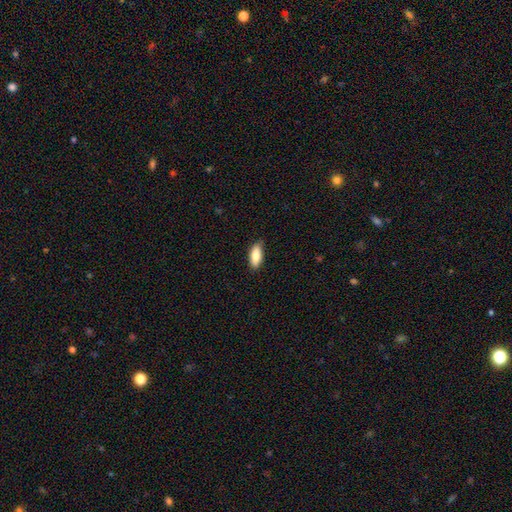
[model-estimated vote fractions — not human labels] A smooth galaxy with no disk features (80%) that is in between round and cigar-shaped (80%).

Vote fractions:
- Smooth or featured? smooth: 80% / featured or disk: 14% / star or artifact: 6%
- How rounded? in between: 80% / cigar-shaped: 17% / round: 2%
- Merging? none: 83% / minor disturbance: 13% / major disturbance: 2% / merger: 1%